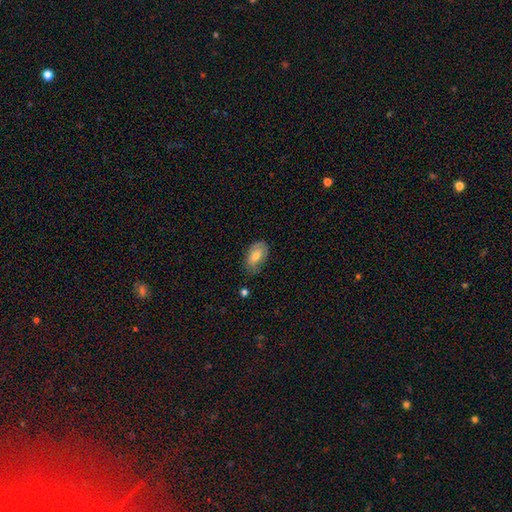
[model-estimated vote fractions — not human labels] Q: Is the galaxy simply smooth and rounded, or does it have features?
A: smooth — 69%.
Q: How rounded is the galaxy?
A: in between — 91%.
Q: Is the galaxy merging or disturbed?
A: none — 67%.